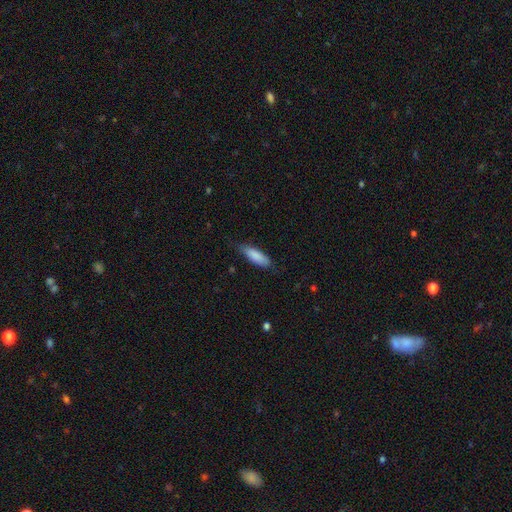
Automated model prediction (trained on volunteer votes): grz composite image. It shows a smooth galaxy with no disk features (86%) that is in between round and cigar-shaped (54%). Merging: none (71%).